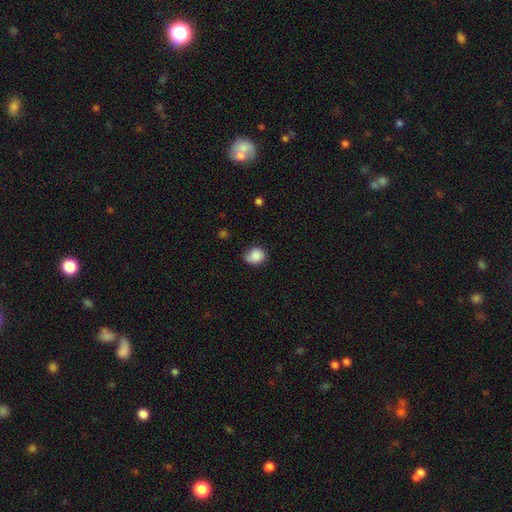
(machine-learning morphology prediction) type=smooth (84%); roundness=round (63%); merging=none (58%).